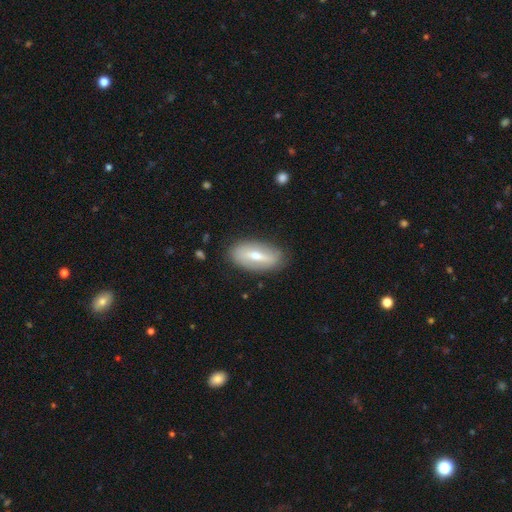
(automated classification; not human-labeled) smooth_or_featured: featured or disk (p=0.48) [alt: smooth p=0.45]
merging: none (p=0.84) [alt: minor disturbance p=0.12]